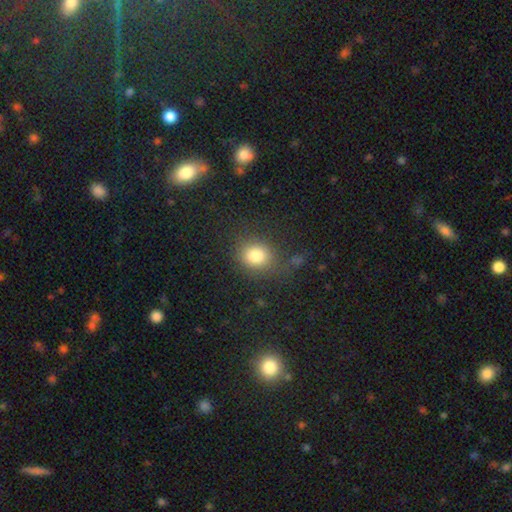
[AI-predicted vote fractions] Q: Smooth or featured?
A: smooth (81%); runner-up: star or artifact (12%)
Q: How rounded?
A: round (68%); runner-up: in between (31%)
Q: Merging?
A: none (75%); runner-up: minor disturbance (14%)